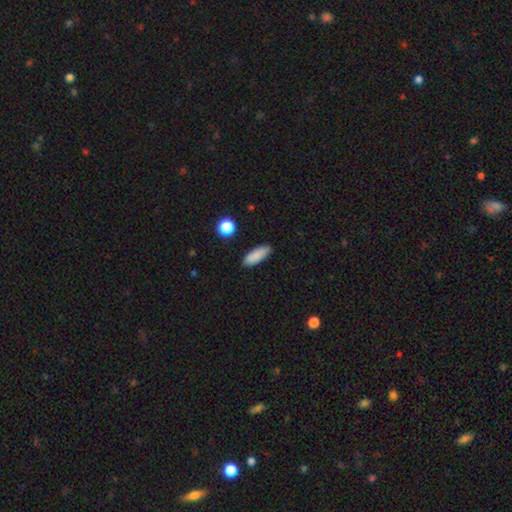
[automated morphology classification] The model was most divided on "how rounded": in between: 68%, cigar-shaped: 29%, round: 2%. More confident: merging — none (87%); smooth or featured — smooth (86%).